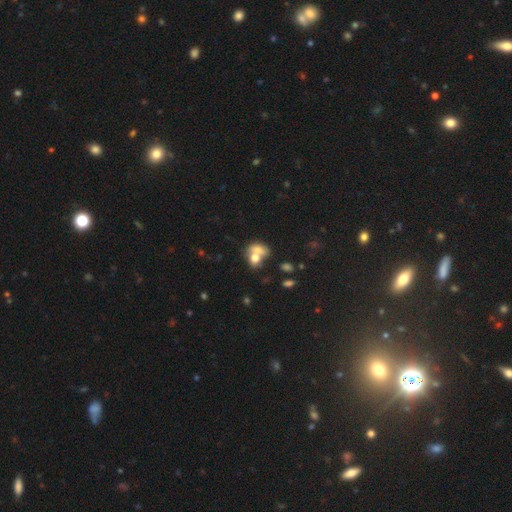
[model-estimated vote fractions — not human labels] Smooth or featured: smooth — 70% (featured or disk — 20%)
How rounded: in between — 61% (round — 37%)
Merging: merger — 64% (none — 22%)